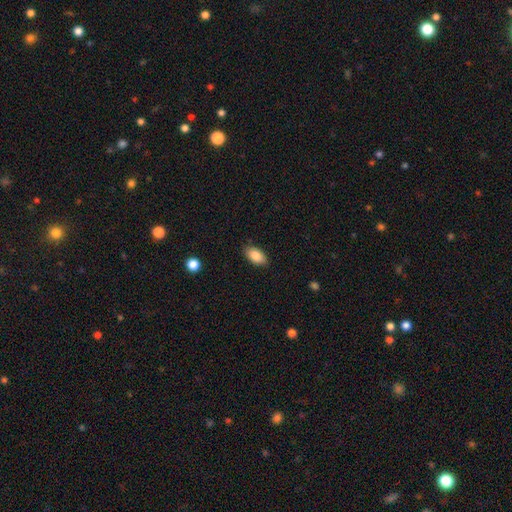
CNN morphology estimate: Smooth or featured? Predicted: smooth (p=0.85). How rounded? Predicted: in between (p=0.92). Merging? Predicted: none (p=0.87).